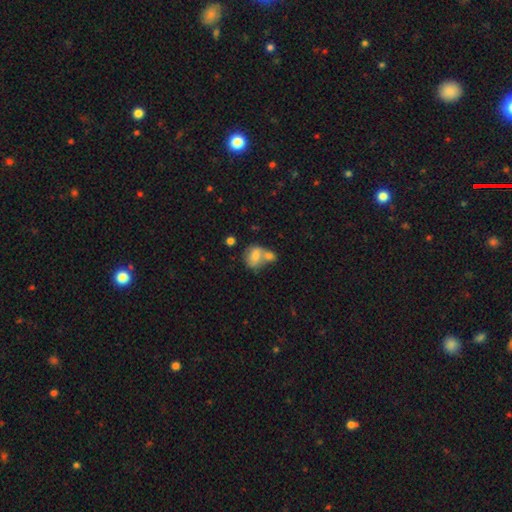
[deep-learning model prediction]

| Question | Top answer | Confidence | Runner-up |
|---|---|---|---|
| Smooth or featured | smooth | 72% | featured or disk (19%) |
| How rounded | in between | 53% | round (45%) |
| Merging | merger | 59% | none (25%) |